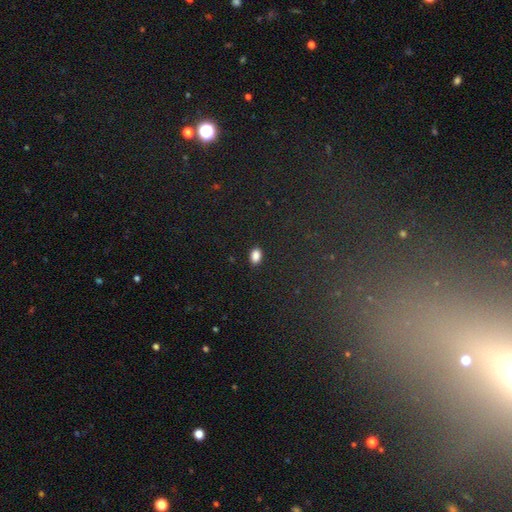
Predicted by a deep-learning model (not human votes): smooth-or-featured: smooth: 86% | star or artifact: 10% | featured or disk: 4%
  how-rounded: in between: 88% | round: 11% | cigar-shaped: 2%
  merging: none: 89% | minor disturbance: 8% | major disturbance: 2% | merger: 1%